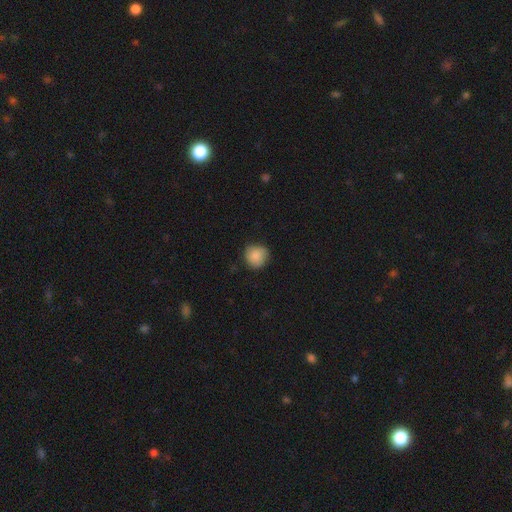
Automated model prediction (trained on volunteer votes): The model was most divided on "merging": none: 82%, minor disturbance: 15%, major disturbance: 3%, merger: 1%. More confident: how rounded — round (91%); smooth or featured — smooth (87%).